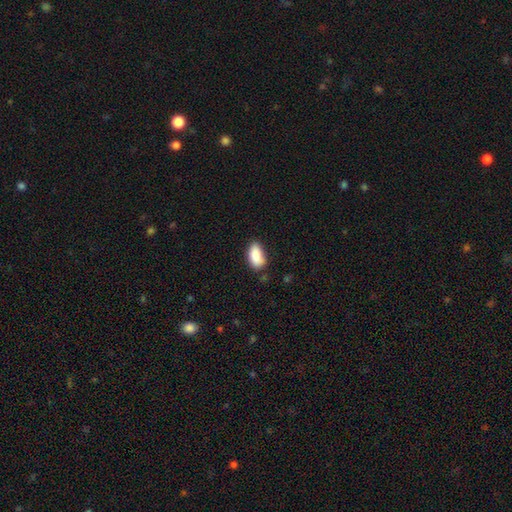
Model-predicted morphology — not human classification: A smooth galaxy with no disk features (87%) that is in between round and cigar-shaped (92%).

Vote fractions:
- Smooth or featured? smooth: 87% / star or artifact: 7% / featured or disk: 6%
- How rounded? in between: 92% / cigar-shaped: 4% / round: 4%
- Merging? none: 72% / minor disturbance: 21% / major disturbance: 4% / merger: 3%